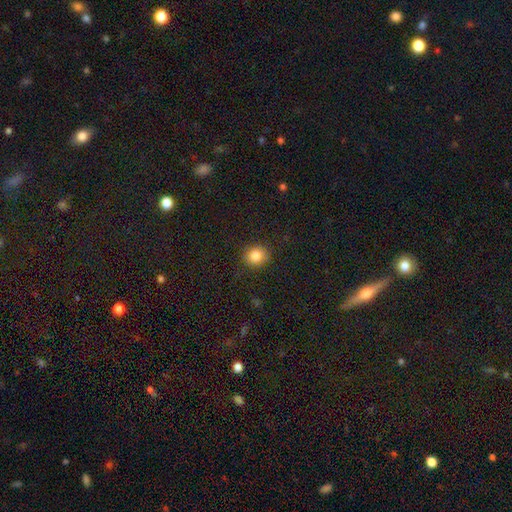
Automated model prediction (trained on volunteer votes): A smooth galaxy with no disk features (84%) that is round (82%). Merging: none (88%).